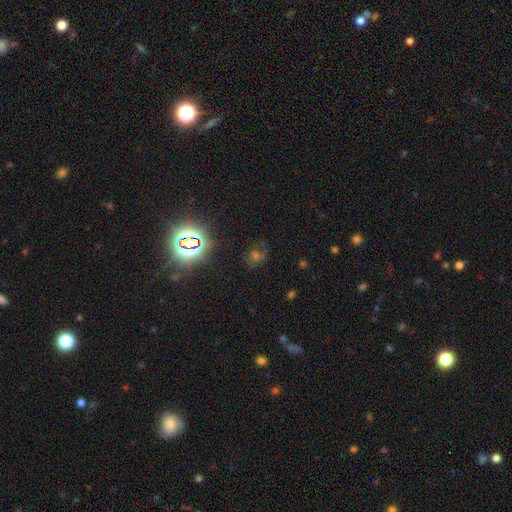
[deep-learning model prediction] Smooth or featured? Predicted: star or artifact (p=0.52).